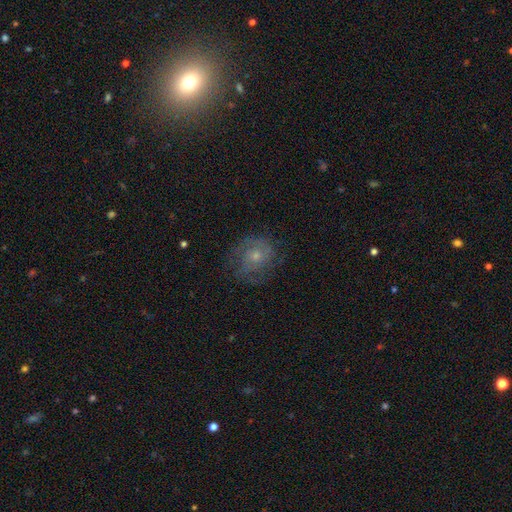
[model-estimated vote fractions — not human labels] Smooth or featured? Predicted: featured or disk (p=0.65). Edge-on disk? Predicted: no (p=0.97). Bar? Predicted: no (p=0.76). Spiral arms? Predicted: yes (p=0.86). Spiral winding? Predicted: tight (p=0.49). Spiral arm count? Predicted: 2 (p=0.39). Bulge size? Predicted: moderate (p=0.47). Merging? Predicted: none (p=0.72).